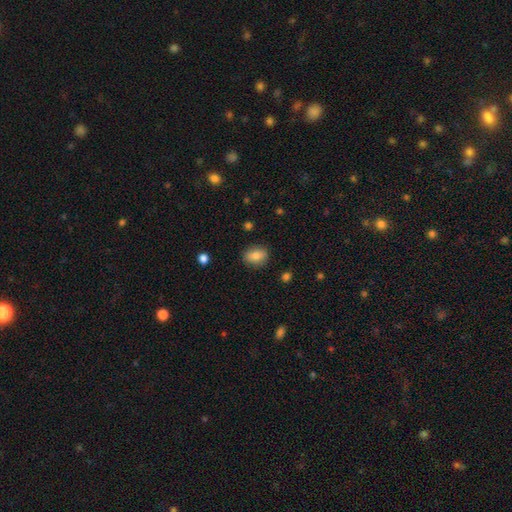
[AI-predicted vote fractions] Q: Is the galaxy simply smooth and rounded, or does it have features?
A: smooth — 79%.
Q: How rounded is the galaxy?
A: in between — 62%.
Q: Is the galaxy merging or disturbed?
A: none — 85%.